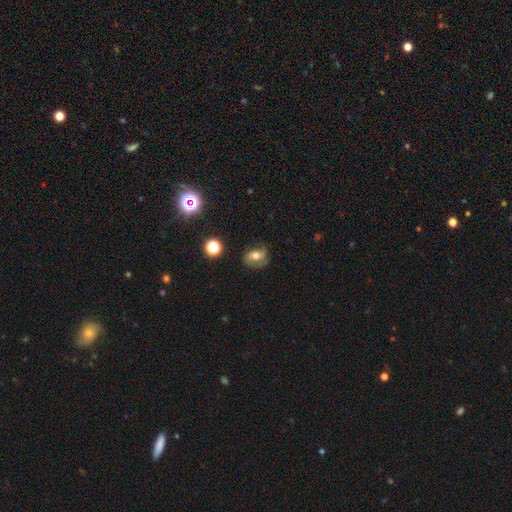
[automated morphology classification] Smooth or featured: featured or disk — 50% (smooth — 36%)
Edge-on disk: no — 95% (yes — 5%)
Merging: none — 66% (minor disturbance — 22%)